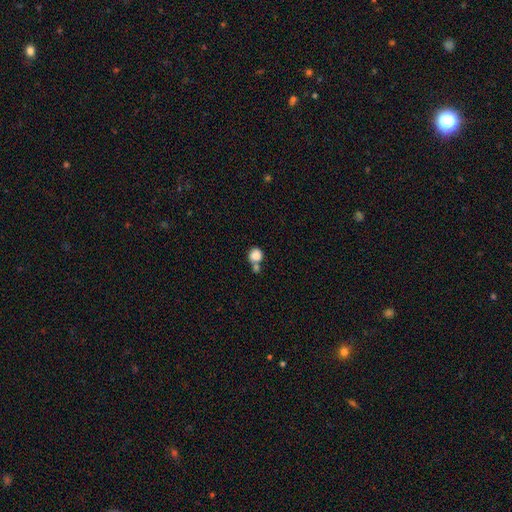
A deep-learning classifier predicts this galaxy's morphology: This is clearly a smooth galaxy (85%). How rounded: clearly round (82%). Merging: marginally merger (44%).